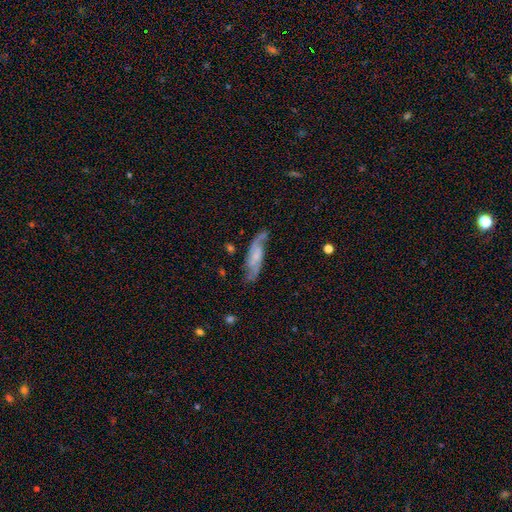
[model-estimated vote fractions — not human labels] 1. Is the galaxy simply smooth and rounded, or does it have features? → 75% featured or disk, 19% smooth, 6% star or artifact.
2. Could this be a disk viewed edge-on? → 84% no, 16% yes.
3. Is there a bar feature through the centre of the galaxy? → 56% no, 35% weak, 9% strong.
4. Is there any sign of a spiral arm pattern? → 93% yes, 7% no.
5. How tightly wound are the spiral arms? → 43% loose, 41% medium, 16% tight.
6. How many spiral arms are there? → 83% 2, 8% can't tell, 3% 1, 3% 3, 1% 4, 1% more than 4.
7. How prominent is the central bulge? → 48% small, 23% none, 23% moderate, 4% large, 1% dominant.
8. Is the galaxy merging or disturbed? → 67% none, 21% minor disturbance, 9% major disturbance, 3% merger.